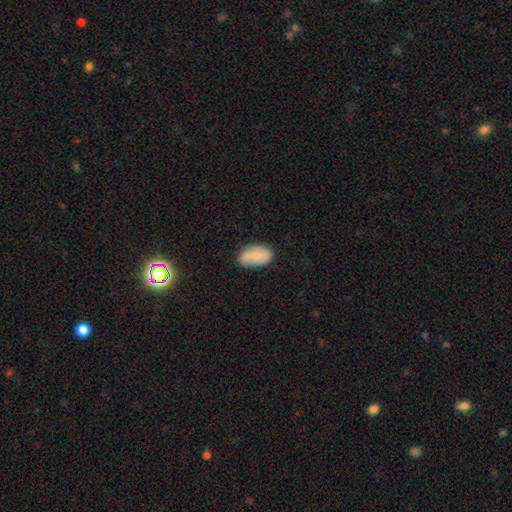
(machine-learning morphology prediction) Overall: smooth (70%). How rounded: in between (93%). Merging: none (76%).